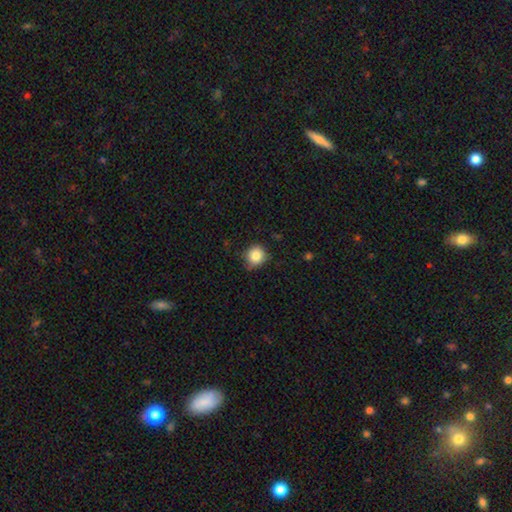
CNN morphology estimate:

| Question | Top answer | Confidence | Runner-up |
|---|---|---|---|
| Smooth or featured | smooth | 84% | star or artifact (10%) |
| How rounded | round | 88% | in between (11%) |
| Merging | none | 73% | minor disturbance (21%) |